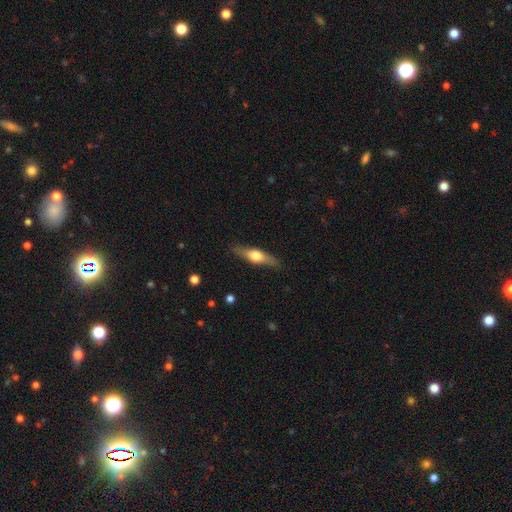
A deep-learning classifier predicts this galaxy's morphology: type=featured or disk (51%); edge-on=yes (91%); merging=none (86%).